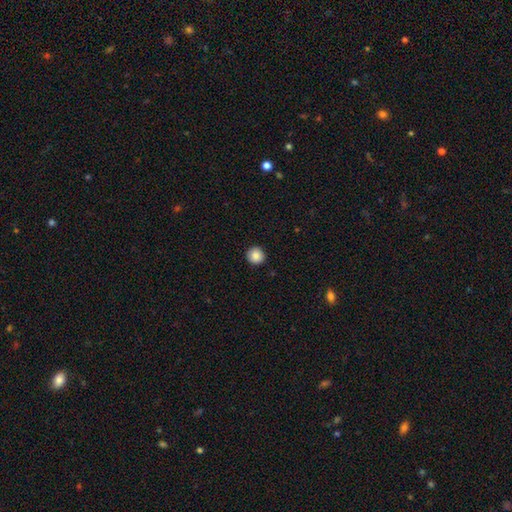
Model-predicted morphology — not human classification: Q: Smooth or featured?
A: smooth (87%); runner-up: star or artifact (9%)
Q: How rounded?
A: round (94%); runner-up: in between (5%)
Q: Merging?
A: none (92%); runner-up: minor disturbance (5%)